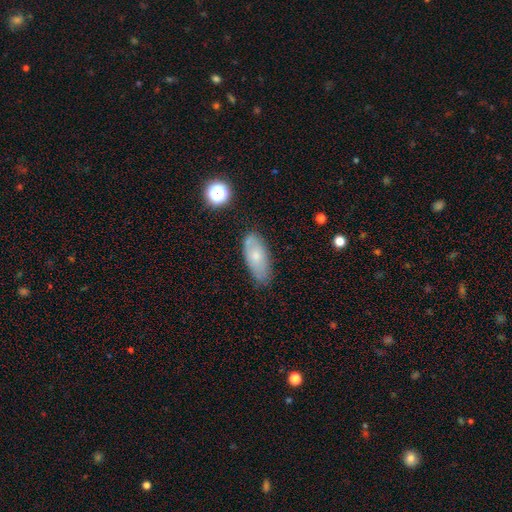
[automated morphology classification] type=smooth (68%); roundness=in between (85%); merging=none (73%).